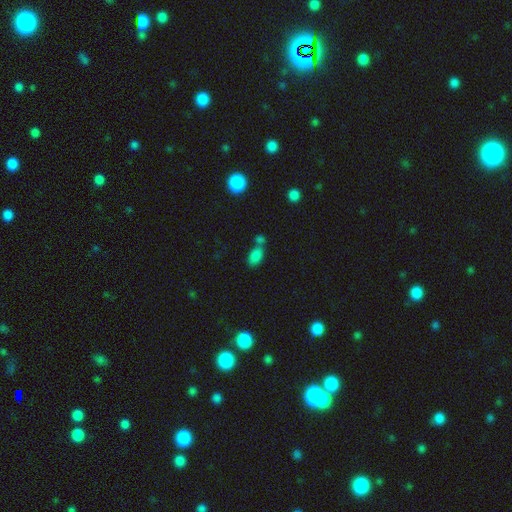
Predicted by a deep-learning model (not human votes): Q: Smooth or featured?
A: smooth (82%); runner-up: star or artifact (12%)
Q: How rounded?
A: in between (88%); runner-up: round (9%)
Q: Merging?
A: none (45%); runner-up: merger (39%)